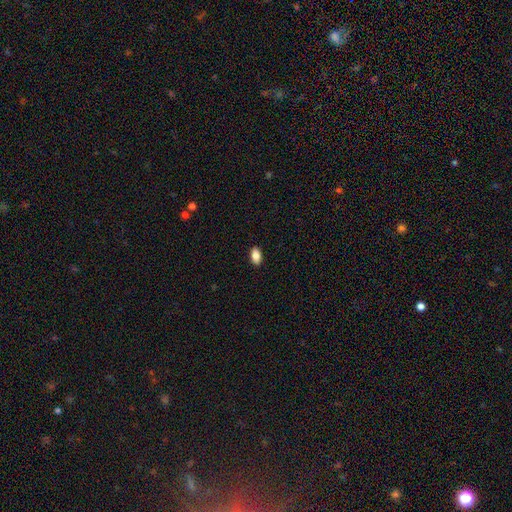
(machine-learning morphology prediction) Smooth or featured? Predicted: smooth (p=0.87). How rounded? Predicted: in between (p=0.91). Merging? Predicted: none (p=0.90).